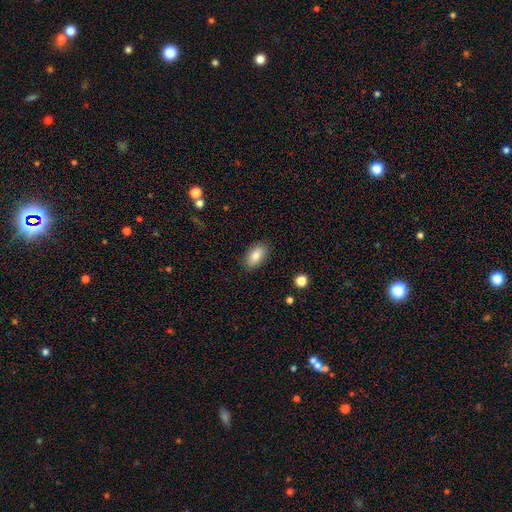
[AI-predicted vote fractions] This is likely a smooth galaxy (79%). How rounded: clearly in between (92%). Merging: clearly none (85%).